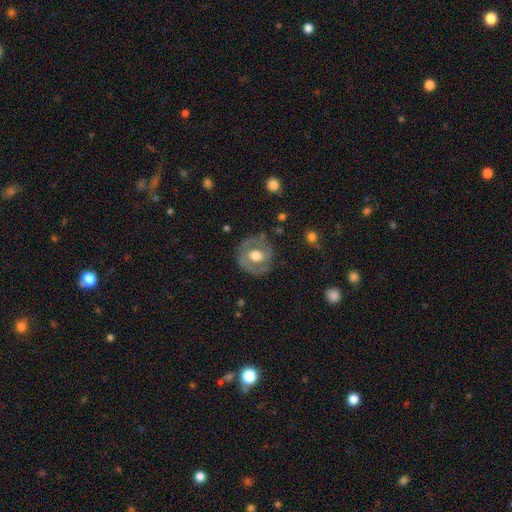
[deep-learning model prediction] This appears to be a featured or disk galaxy (59%) with no bar (61%), spiral arms (52%) and a moderate central bulge (64%). Merging: none (76%).